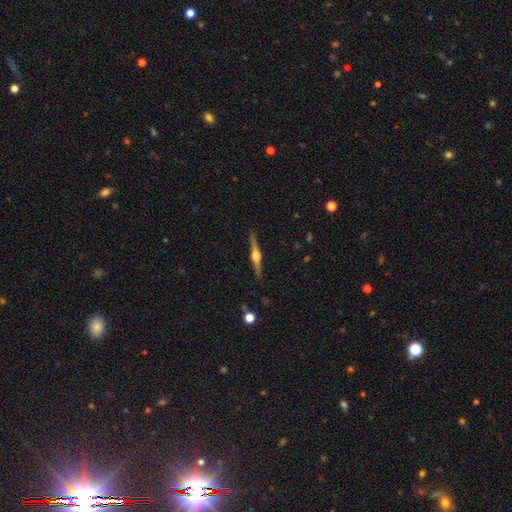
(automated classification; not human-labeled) smooth-or-featured: featured or disk: 82% | smooth: 13% | star or artifact: 6%
  disk-edge-on: yes: 99% | no: 1%
    edge-on-bulge: rounded: 92% | boxy: 6% | none: 2%
  merging: none: 91% | minor disturbance: 7% | major disturbance: 1% | merger: 1%